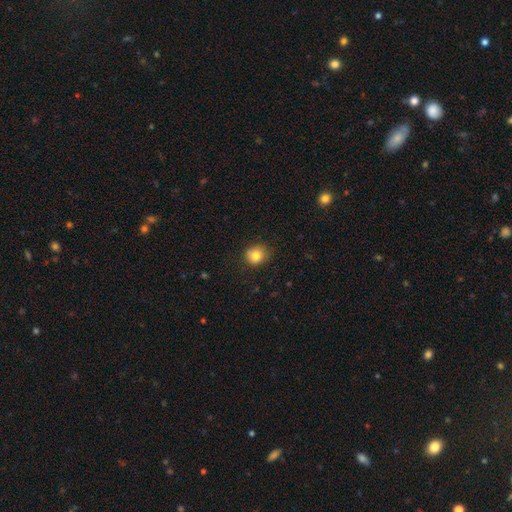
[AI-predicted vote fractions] smooth_or_featured: smooth (p=0.82) [alt: star or artifact p=0.11]
how_rounded: round (p=0.79) [alt: in between p=0.20]
merging: none (p=0.80) [alt: minor disturbance p=0.15]